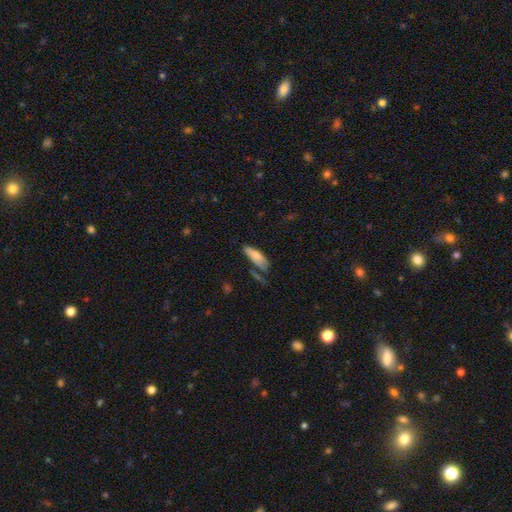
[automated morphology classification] Smooth or featured?
  - smooth: 69% *
  - featured or disk: 22%
  - star or artifact: 8%
How rounded?
  - in between: 51% *
  - cigar-shaped: 46%
  - round: 2%
Merging?
  - none: 49% *
  - minor disturbance: 27%
  - merger: 13%
  - major disturbance: 12%